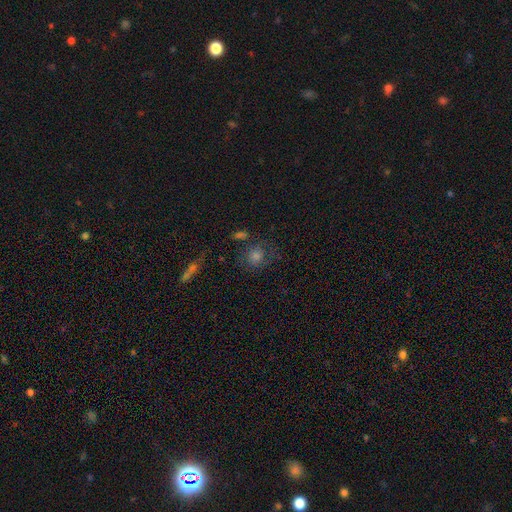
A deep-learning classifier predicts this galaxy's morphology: smooth 45%, featured or disk 31%, star or artifact 23%. Down the decision tree: merging — none (65%).